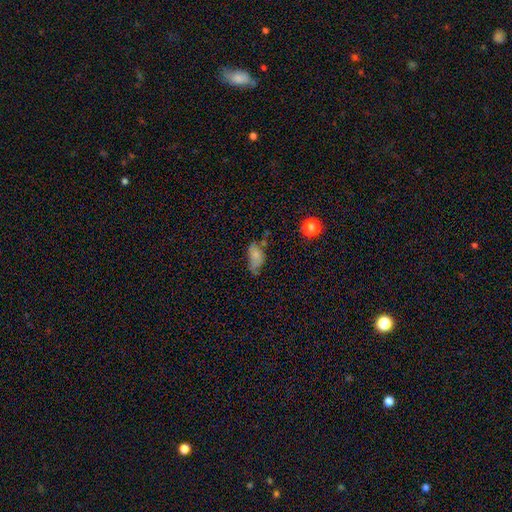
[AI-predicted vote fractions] A smooth galaxy with no disk features (67%) that is in between round and cigar-shaped (89%).

Vote fractions:
- Smooth or featured? smooth: 67% / featured or disk: 22% / star or artifact: 11%
- How rounded? in between: 89% / round: 7% / cigar-shaped: 4%
- Merging? none: 37% / minor disturbance: 35% / major disturbance: 18% / merger: 10%